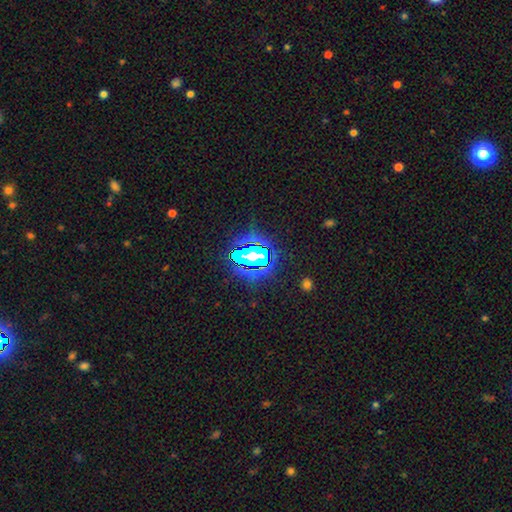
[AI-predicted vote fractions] Overall: star or artifact (67%).